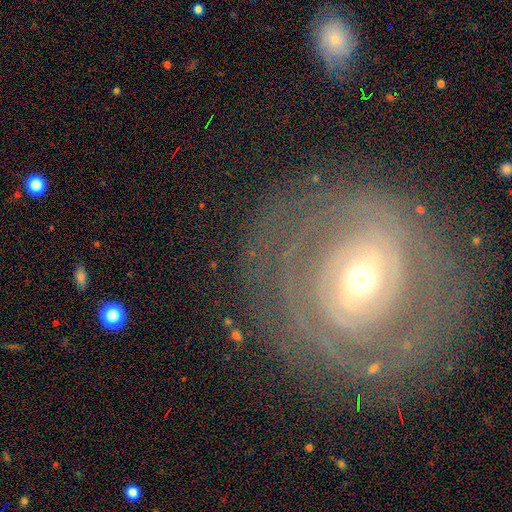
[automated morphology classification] This appears to be a featured or disk galaxy (80%) with a weak bar (37%), tight (78%) spiral arms (83%) and a moderate central bulge (56%). Merging: none (78%).